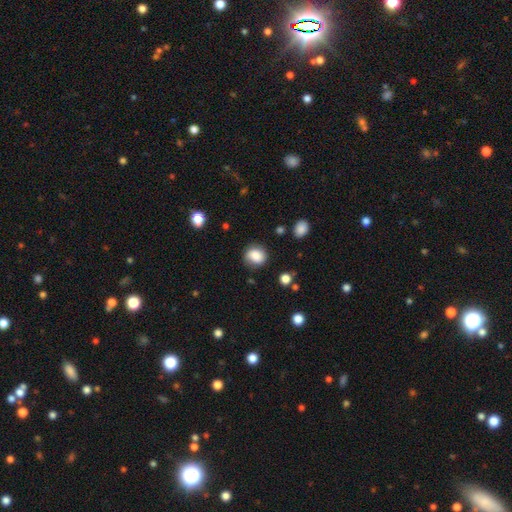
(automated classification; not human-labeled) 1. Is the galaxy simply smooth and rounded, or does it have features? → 78% smooth, 12% featured or disk, 10% star or artifact.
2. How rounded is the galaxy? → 77% round, 22% in between, 1% cigar-shaped.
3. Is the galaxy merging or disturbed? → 75% none, 18% minor disturbance, 5% major disturbance, 2% merger.